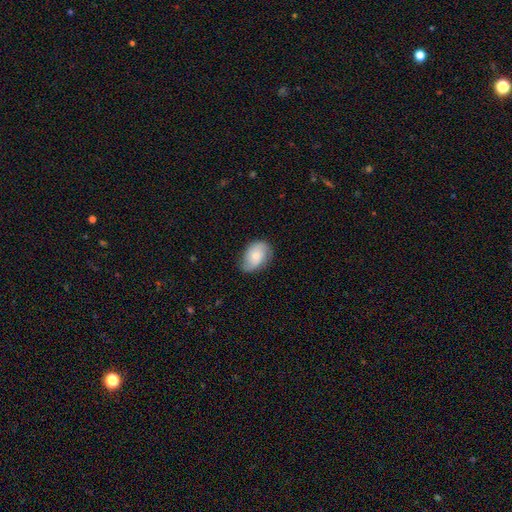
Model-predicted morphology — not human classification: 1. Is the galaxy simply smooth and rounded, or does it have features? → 59% smooth, 34% featured or disk, 7% star or artifact.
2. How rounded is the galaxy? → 82% in between, 17% round, 1% cigar-shaped.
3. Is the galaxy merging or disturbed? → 68% none, 25% minor disturbance, 6% major disturbance, 1% merger.